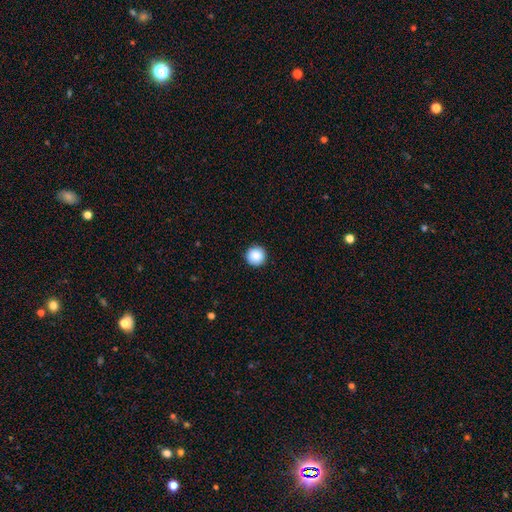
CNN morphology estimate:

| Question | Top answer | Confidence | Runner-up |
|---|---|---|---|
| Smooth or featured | smooth | 89% | star or artifact (8%) |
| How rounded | round | 97% | in between (2%) |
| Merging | none | 93% | minor disturbance (4%) |